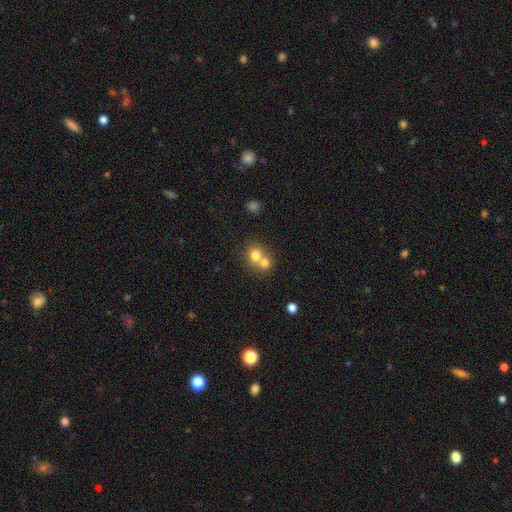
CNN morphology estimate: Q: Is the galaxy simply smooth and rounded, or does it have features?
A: smooth — 71%.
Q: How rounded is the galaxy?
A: round — 75%.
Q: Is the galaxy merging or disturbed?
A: merger — 63%.